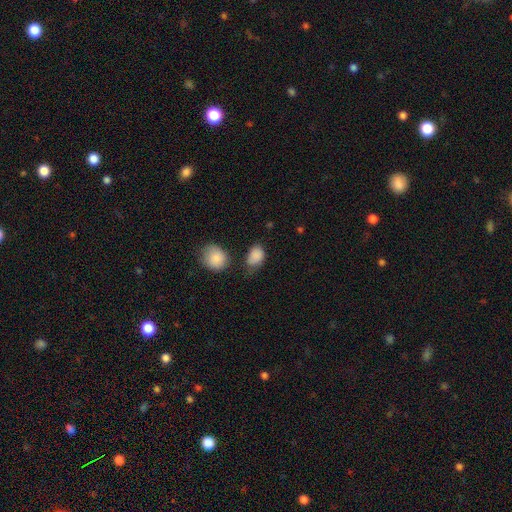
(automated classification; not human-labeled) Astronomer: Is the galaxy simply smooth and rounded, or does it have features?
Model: smooth — 87%.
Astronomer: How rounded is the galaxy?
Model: in between — 78%.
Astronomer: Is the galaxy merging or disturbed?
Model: none — 49% (runner-up: minor disturbance, 31%).